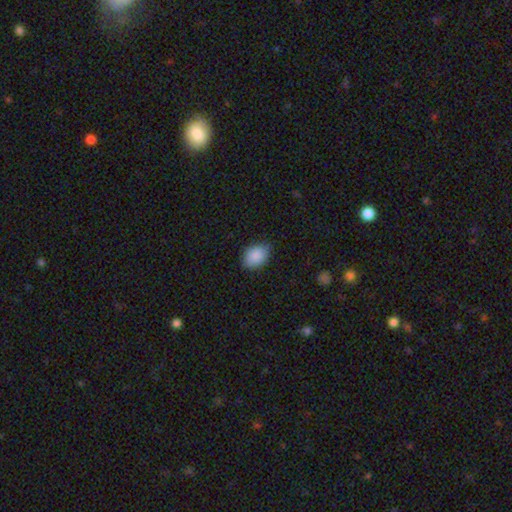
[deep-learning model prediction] Smooth or featured? smooth (89%)
How rounded? in between (80%)
Merging? none (79%)